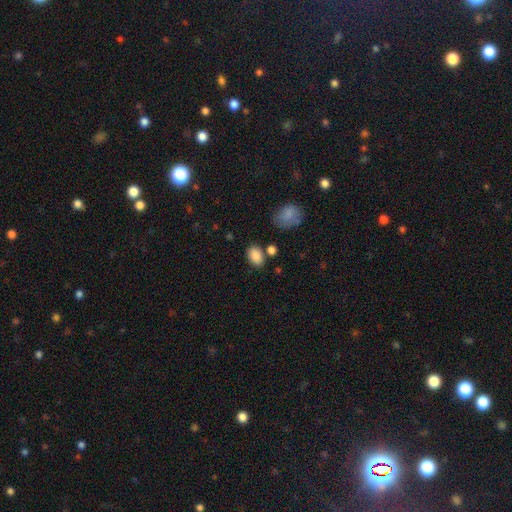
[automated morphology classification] Smooth or featured? Predicted: smooth (p=0.86). How rounded? Predicted: in between (p=0.85). Merging? Predicted: none (p=0.74).